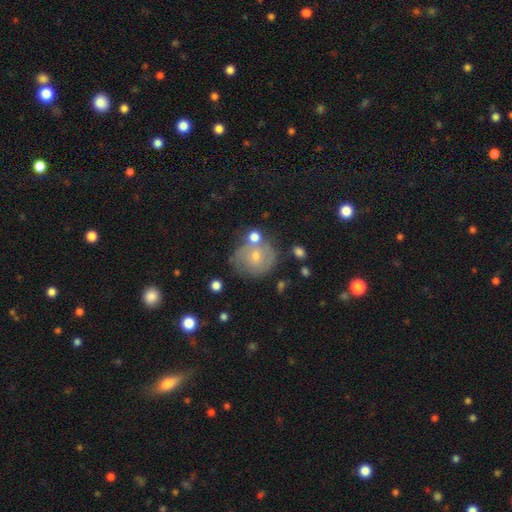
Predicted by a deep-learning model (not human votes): Morphology: type=featured or disk (51%); edge-on=no (97%); merging=none (64%).